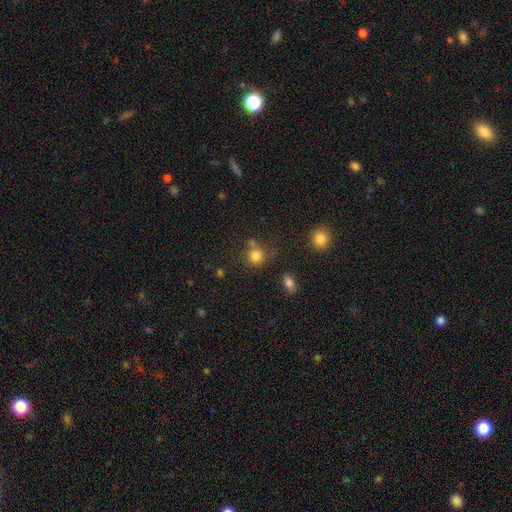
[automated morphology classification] Smooth or featured? smooth (81%)
How rounded? round (86%)
Merging? none (64%)